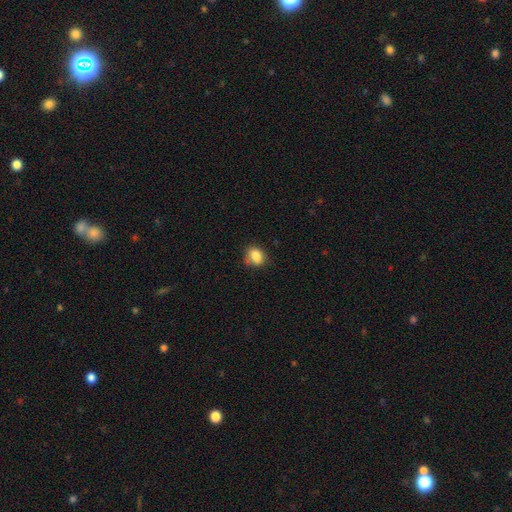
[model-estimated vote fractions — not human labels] smooth_or_featured: smooth (p=0.82) [alt: star or artifact p=0.10]
how_rounded: in between (p=0.53) [alt: round p=0.45]
merging: none (p=0.57) [alt: minor disturbance p=0.29]